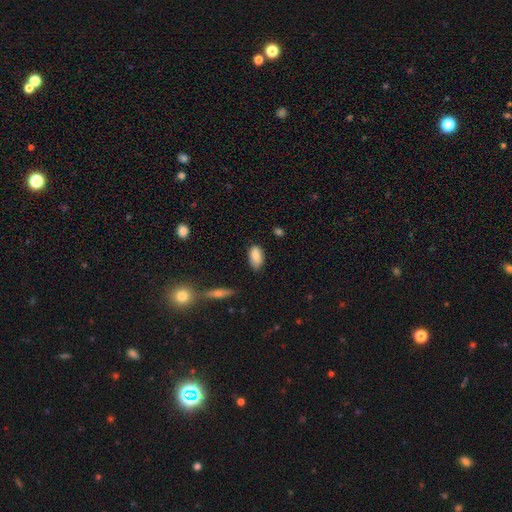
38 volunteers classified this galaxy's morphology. Smooth or featured: smooth — 87% (star or artifact — 8%)
How rounded: in between — 88% (cigar-shaped — 9%)
Merging: none — 74% (minor disturbance — 14%)